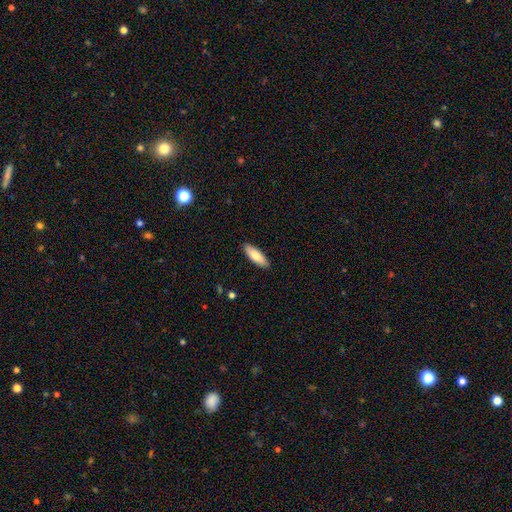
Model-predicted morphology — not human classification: Smooth or featured? smooth (81%)
How rounded? in between (60%)
Merging? none (89%)